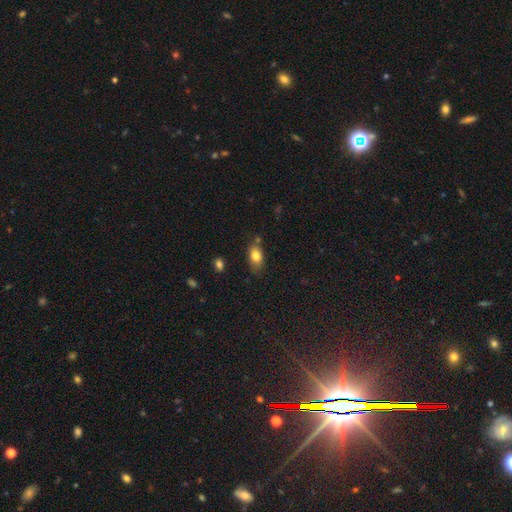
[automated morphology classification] This is clearly a smooth galaxy (81%). How rounded: clearly in between (83%). Merging: likely none (67%).